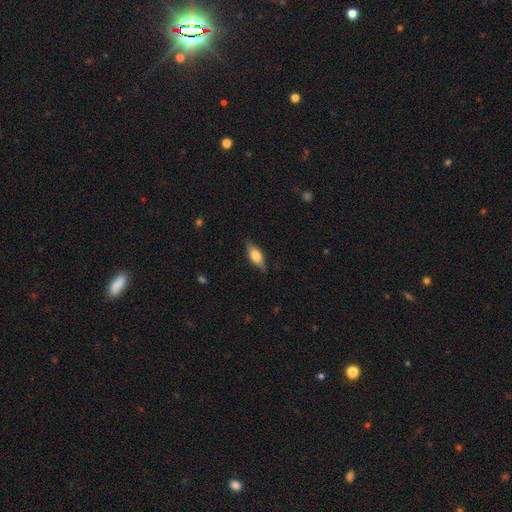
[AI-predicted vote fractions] Q: Smooth or featured?
A: smooth (51%); runner-up: featured or disk (42%)
Q: How rounded?
A: in between (65%); runner-up: cigar-shaped (31%)
Q: Merging?
A: none (83%); runner-up: minor disturbance (13%)